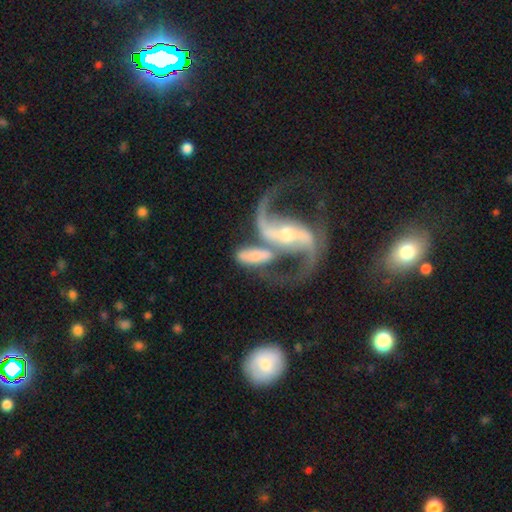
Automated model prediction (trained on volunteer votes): smooth_or_featured: featured or disk (p=0.76) [alt: smooth p=0.18]
disk_edge_on: no (p=0.92) [alt: yes p=0.08]
bar: strong (p=0.42) [alt: weak p=0.29]
has_spiral_arms: yes (p=0.91) [alt: no p=0.09]
spiral_winding: loose (p=0.68) [alt: medium p=0.24]
spiral_arm_count: 2 (p=0.87) [alt: 1 p=0.06]
bulge_size: moderate (p=0.45) [alt: small p=0.36]
merging: merger (p=0.43) [alt: none p=0.31]